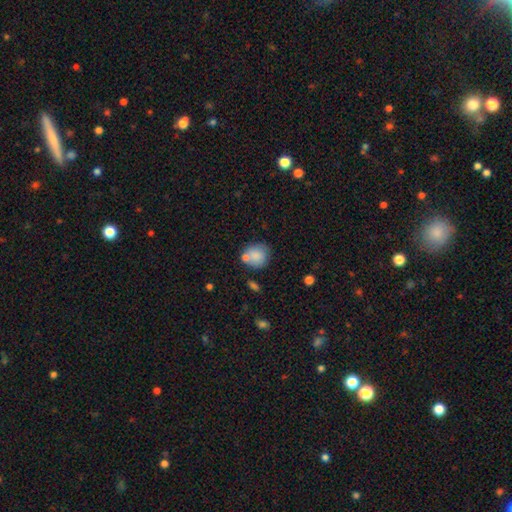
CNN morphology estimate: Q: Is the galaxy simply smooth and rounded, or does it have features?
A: smooth — 83%.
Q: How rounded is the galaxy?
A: round — 83%.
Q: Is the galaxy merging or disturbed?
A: none — 61%.